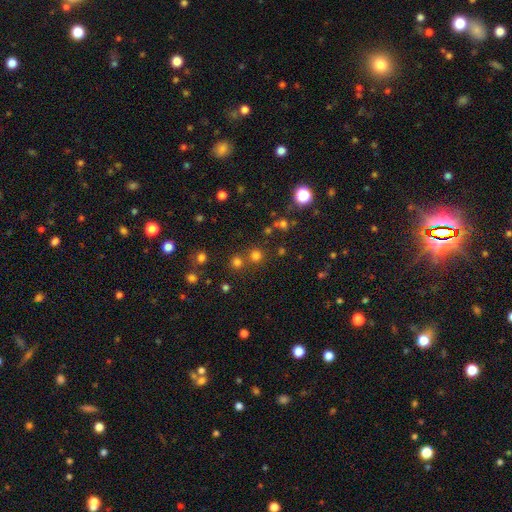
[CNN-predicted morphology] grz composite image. It shows a smooth galaxy with no disk features (70%) that is round (93%). Merging: none (72%).